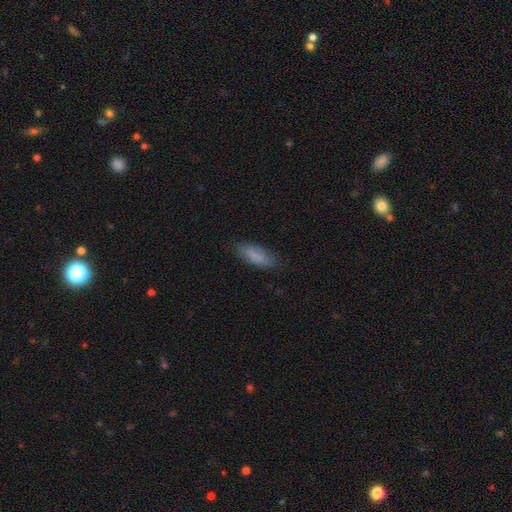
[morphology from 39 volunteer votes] smooth 79%, featured or disk 13%, star or artifact 8%. Down the decision tree: how rounded — in between (65%); merging — none (89%).